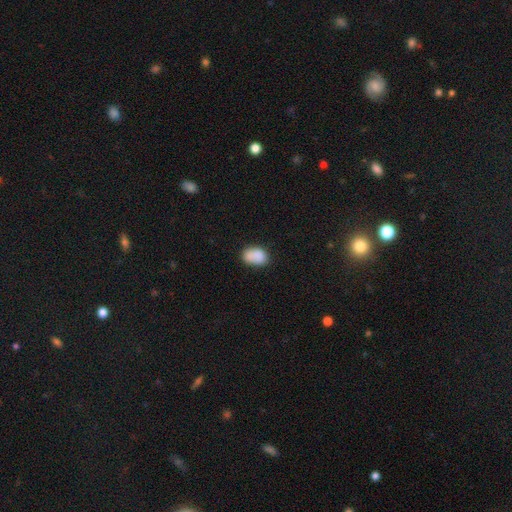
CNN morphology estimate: smooth-or-featured: smooth: 85% | star or artifact: 8% | featured or disk: 7%
  how-rounded: in between: 85% | round: 13% | cigar-shaped: 1%
  merging: none: 70% | minor disturbance: 20% | merger: 5% | major disturbance: 5%